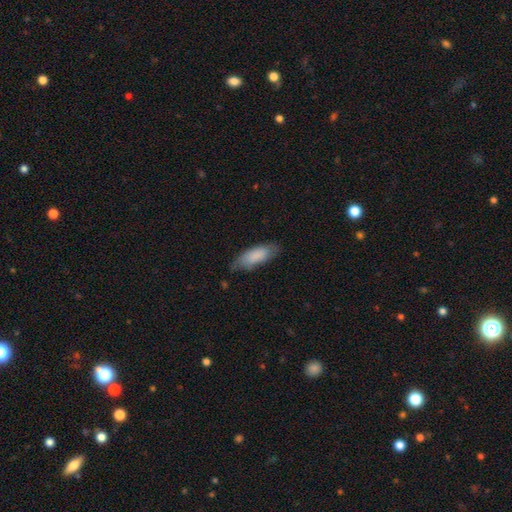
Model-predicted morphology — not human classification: This appears to be a smooth galaxy with no disk features (86%) that is in between round and cigar-shaped (71%). Merging: none (75%).